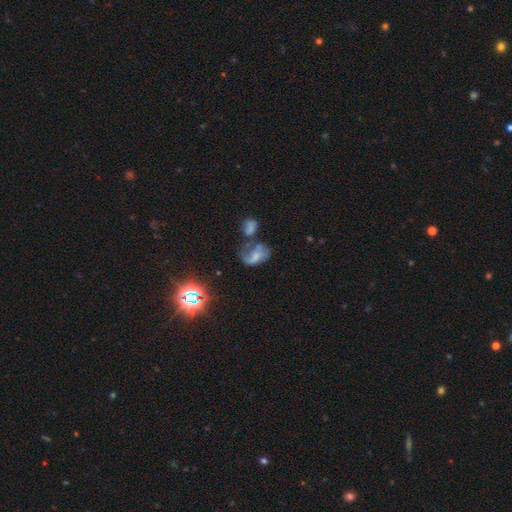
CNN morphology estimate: Smooth or featured?
  - featured or disk: 43% *
  - smooth: 40%
  - star or artifact: 17%
Merging?
  - merger: 29% *
  - major disturbance: 28%
  - none: 24%
  - minor disturbance: 19%